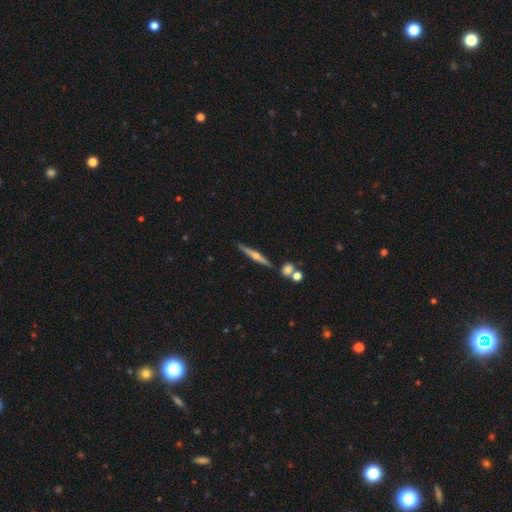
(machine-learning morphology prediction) Q: Smooth or featured?
A: featured or disk (70%); runner-up: smooth (23%)
Q: Edge-on disk?
A: yes (98%); runner-up: no (2%)
Q: Edge-on bulge?
A: rounded (88%); runner-up: none (7%)
Q: Merging?
A: none (85%); runner-up: minor disturbance (8%)